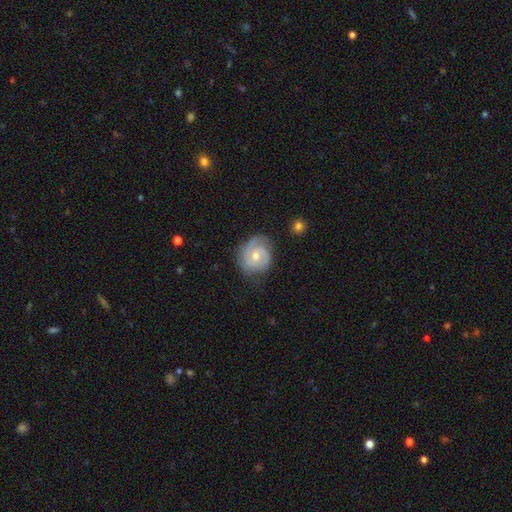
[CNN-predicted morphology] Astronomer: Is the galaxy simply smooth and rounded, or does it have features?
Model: featured or disk — 79%.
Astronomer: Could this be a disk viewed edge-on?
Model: no — 98%.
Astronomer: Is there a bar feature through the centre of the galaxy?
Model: no — 58% (runner-up: weak, 37%).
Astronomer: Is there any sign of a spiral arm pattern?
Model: yes — 96%.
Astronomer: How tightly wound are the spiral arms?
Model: tight — 51% (runner-up: medium, 39%).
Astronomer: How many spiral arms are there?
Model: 2 — 64%.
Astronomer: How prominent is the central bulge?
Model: moderate — 53% (runner-up: small, 43%).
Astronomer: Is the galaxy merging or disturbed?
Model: none — 73%.